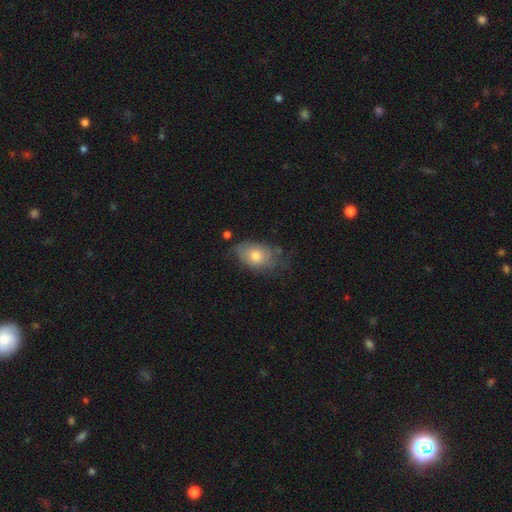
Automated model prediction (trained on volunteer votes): This appears to be a smooth galaxy with no disk features (66%) that is in between round and cigar-shaped (84%). Merging: none (49%).